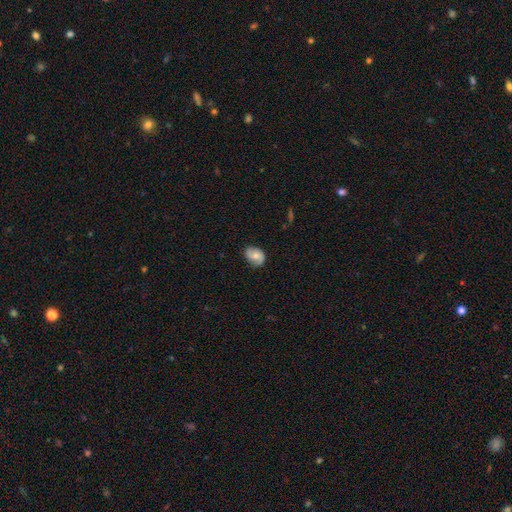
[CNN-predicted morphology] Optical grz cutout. It shows a smooth galaxy with no disk features (47%). Merging: none (73%).